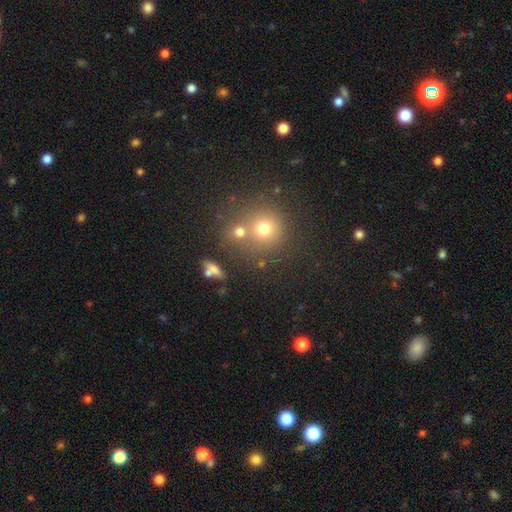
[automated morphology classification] type=smooth (61%); roundness=round (90%); merging=none (64%).